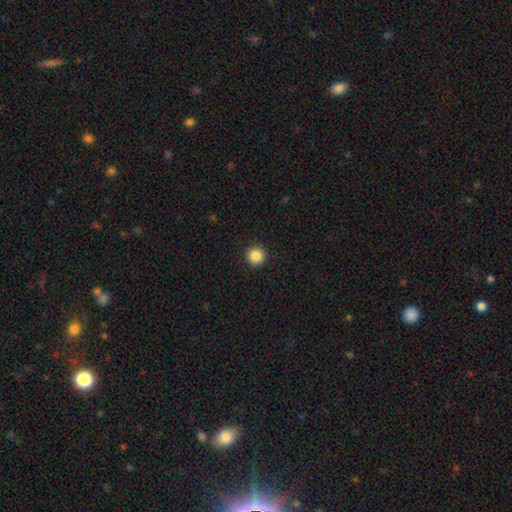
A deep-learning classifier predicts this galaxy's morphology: Smooth or featured? smooth (86%)
How rounded? round (96%)
Merging? none (93%)